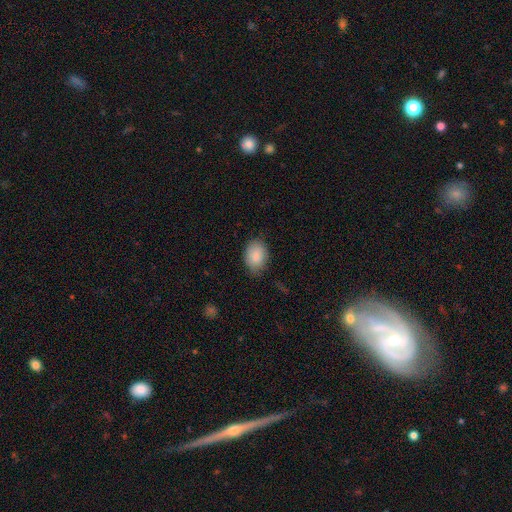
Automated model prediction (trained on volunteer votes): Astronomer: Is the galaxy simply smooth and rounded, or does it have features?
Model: smooth — 87%.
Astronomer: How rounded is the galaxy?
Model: in between — 82%.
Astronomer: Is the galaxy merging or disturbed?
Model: none — 77%.